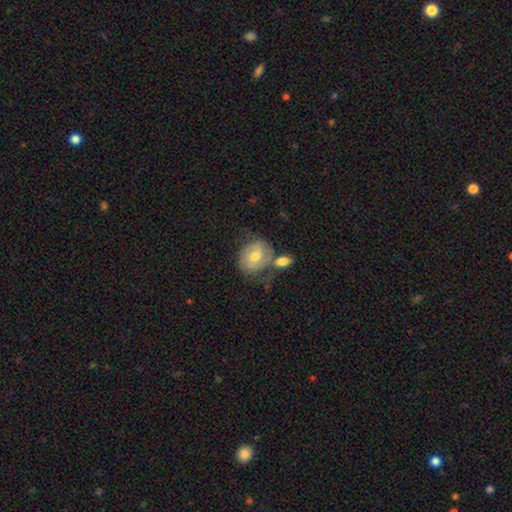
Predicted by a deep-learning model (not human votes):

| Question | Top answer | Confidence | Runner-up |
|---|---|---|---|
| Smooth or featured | featured or disk | 47% | smooth (46%) |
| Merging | none | 46% | merger (25%) |